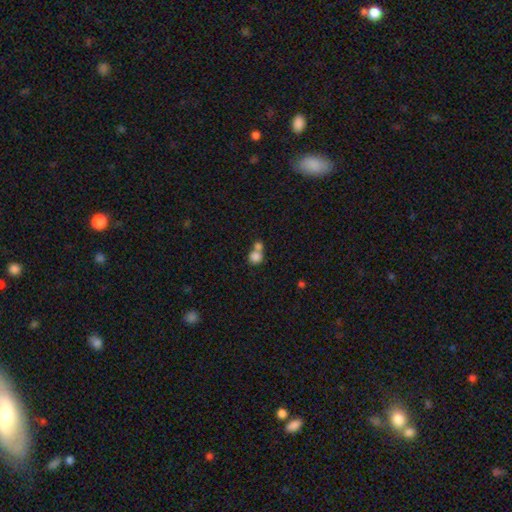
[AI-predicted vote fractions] This is clearly a smooth galaxy (81%). How rounded: clearly round (81%). Merging: possibly merger (57%).